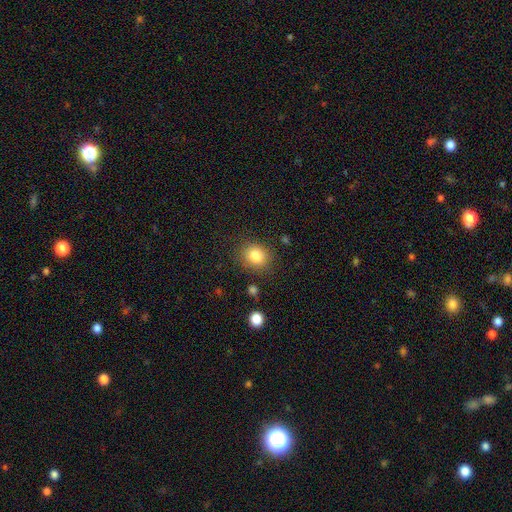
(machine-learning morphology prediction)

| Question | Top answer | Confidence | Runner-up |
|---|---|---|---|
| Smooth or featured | smooth | 83% | star or artifact (10%) |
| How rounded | round | 69% | in between (30%) |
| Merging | none | 84% | minor disturbance (10%) |